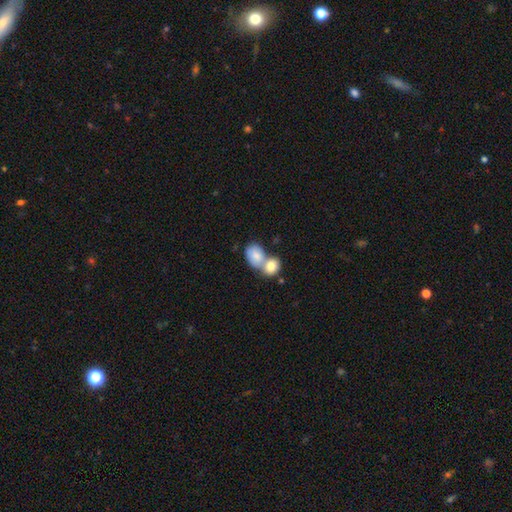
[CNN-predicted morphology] Smooth or featured? smooth (81%)
How rounded? in between (69%)
Merging? merger (69%)